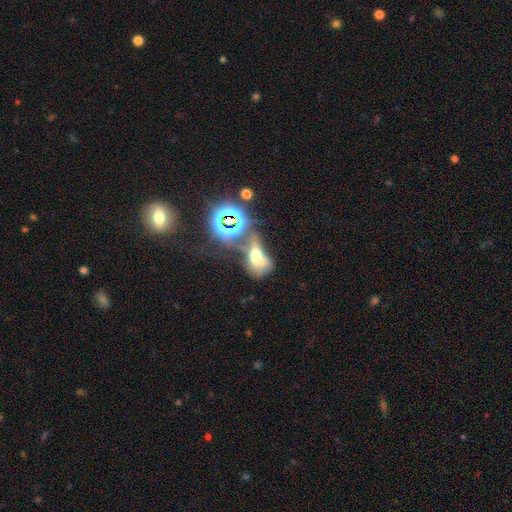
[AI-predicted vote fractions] Smooth or featured?
  - smooth: 41% *
  - featured or disk: 32%
  - star or artifact: 27%
Merging?
  - merger: 36% *
  - major disturbance: 34%
  - none: 17%
  - minor disturbance: 13%